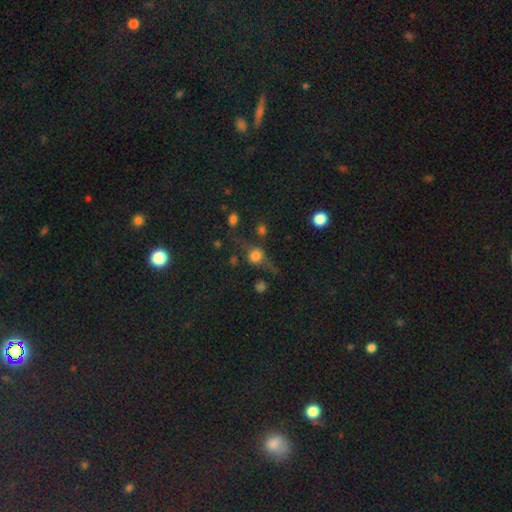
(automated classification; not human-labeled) Overall: smooth (51%; featured or disk 31%). How rounded: round (69%). Merging: none (60%).